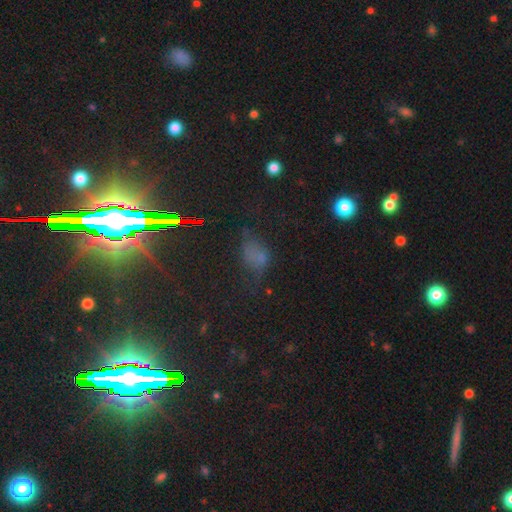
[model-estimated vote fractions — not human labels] This appears to be a smooth galaxy with no disk features (48%). Merging: none (46%).